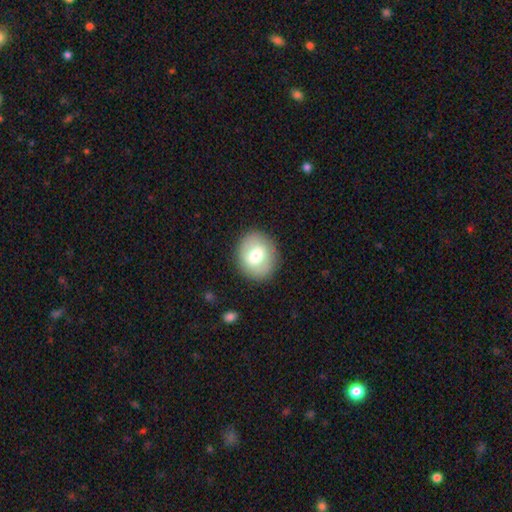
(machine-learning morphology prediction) smooth_or_featured: smooth (p=0.68) [alt: featured or disk p=0.24]
how_rounded: round (p=0.65) [alt: in between p=0.34]
merging: none (p=0.87) [alt: minor disturbance p=0.09]